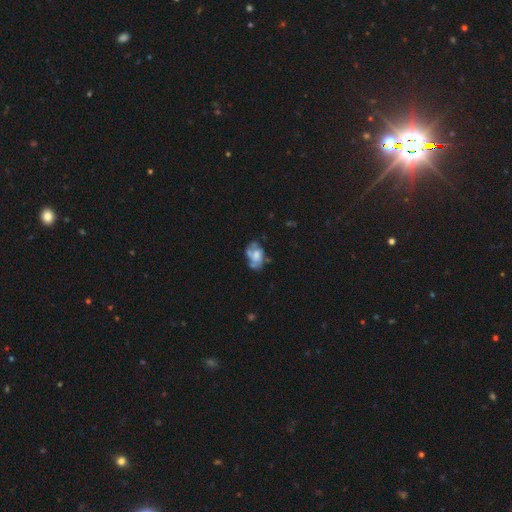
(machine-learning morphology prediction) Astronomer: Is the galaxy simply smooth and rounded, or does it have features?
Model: featured or disk — 60%.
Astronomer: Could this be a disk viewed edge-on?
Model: no — 97%.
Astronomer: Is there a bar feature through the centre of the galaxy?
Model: no — 74%.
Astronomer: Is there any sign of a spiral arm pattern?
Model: yes — 65%.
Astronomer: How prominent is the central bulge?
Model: moderate — 42% (runner-up: large, 21%).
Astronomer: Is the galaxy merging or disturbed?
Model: none — 49% (runner-up: minor disturbance, 26%).